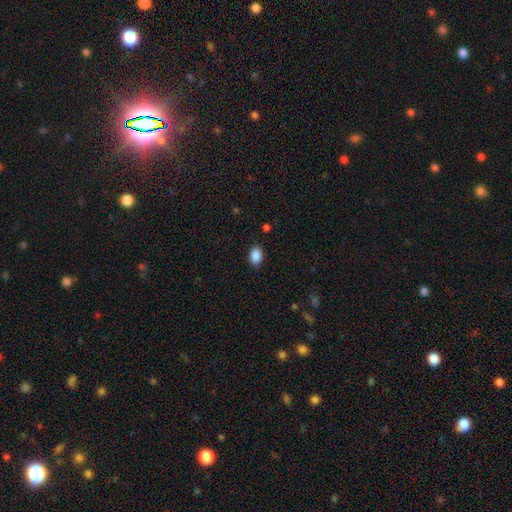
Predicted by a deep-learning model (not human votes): Q: Smooth or featured?
A: smooth (89%); runner-up: star or artifact (8%)
Q: How rounded?
A: in between (79%); runner-up: round (20%)
Q: Merging?
A: none (88%); runner-up: minor disturbance (8%)